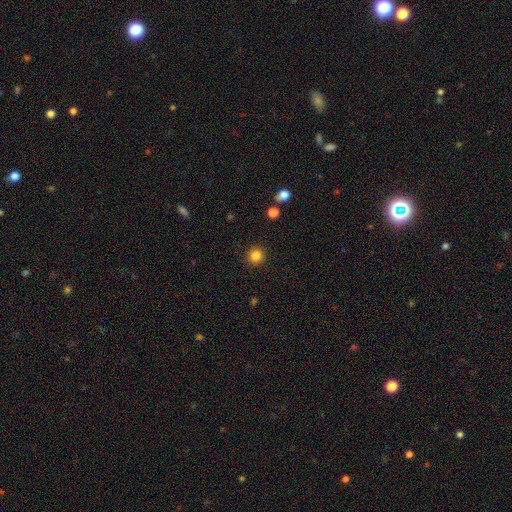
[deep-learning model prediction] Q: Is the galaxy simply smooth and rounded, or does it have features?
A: smooth — 84%.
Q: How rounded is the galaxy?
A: round — 94%.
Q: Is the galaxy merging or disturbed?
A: none — 91%.